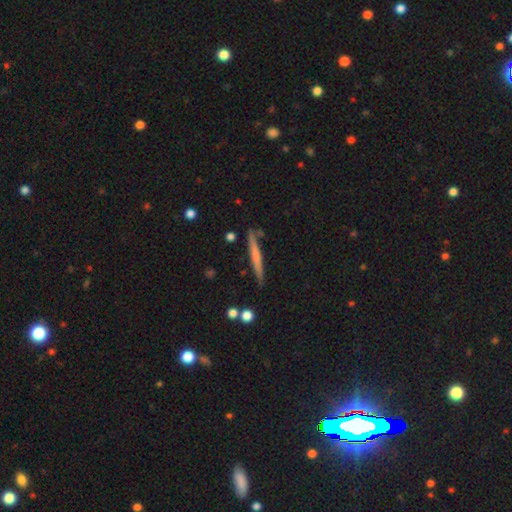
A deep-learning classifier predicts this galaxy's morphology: A smooth galaxy with no disk features (53%) that is cigar-shaped (96%). Merging: none (84%).